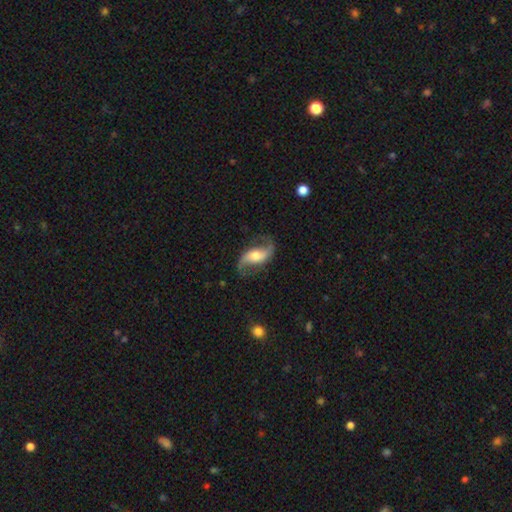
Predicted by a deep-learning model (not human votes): Morphology: type=featured or disk (86%); edge-on=no (96%); bar=no (40%); spiral arms=yes (96%); winding=loose (76%); arm count=2 (93%); bulge=moderate (61%); merging=none (78%).